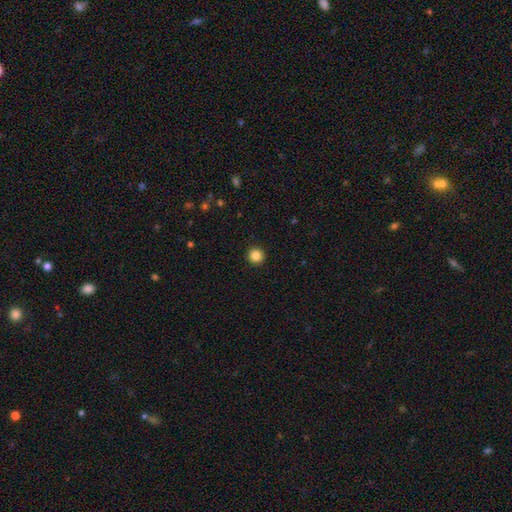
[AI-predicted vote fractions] Q: Smooth or featured?
A: smooth (85%); runner-up: star or artifact (11%)
Q: How rounded?
A: round (96%); runner-up: in between (3%)
Q: Merging?
A: none (94%); runner-up: minor disturbance (4%)